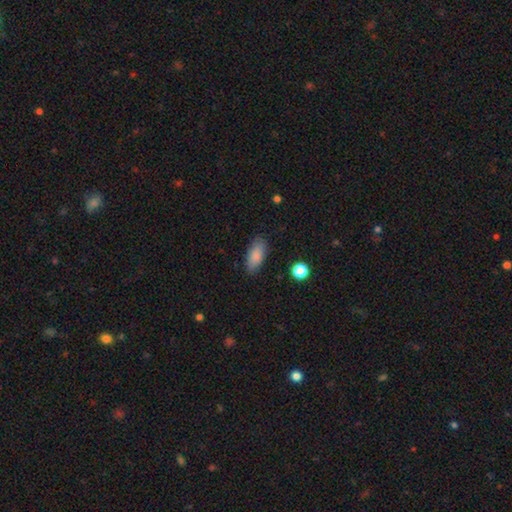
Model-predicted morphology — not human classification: smooth_or_featured: smooth (p=0.86) [alt: star or artifact p=0.08]
how_rounded: in between (p=0.84) [alt: cigar-shaped p=0.13]
merging: none (p=0.82) [alt: minor disturbance p=0.13]